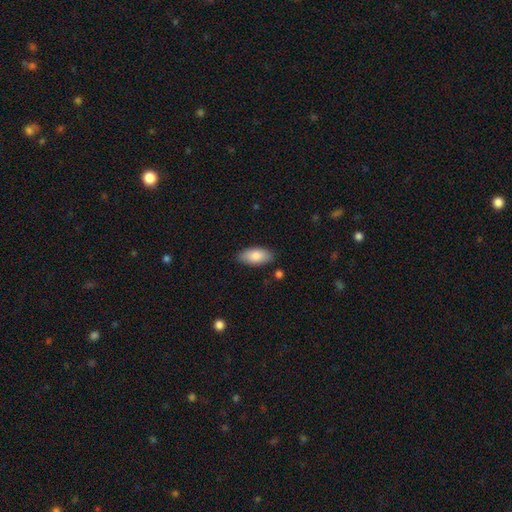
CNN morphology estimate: This appears to be a smooth galaxy with no disk features (84%) that is in between round and cigar-shaped (92%). Merging: none (84%).